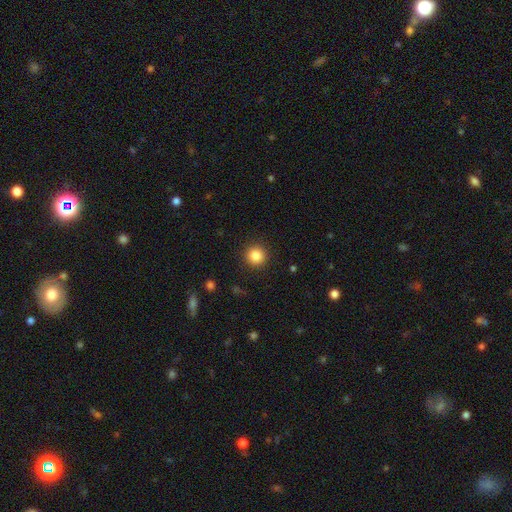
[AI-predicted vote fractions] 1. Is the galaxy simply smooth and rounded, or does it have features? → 85% smooth, 10% star or artifact, 5% featured or disk.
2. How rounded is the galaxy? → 95% round, 4% in between, 1% cigar-shaped.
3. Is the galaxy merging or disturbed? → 91% none, 6% minor disturbance, 2% major disturbance, 1% merger.